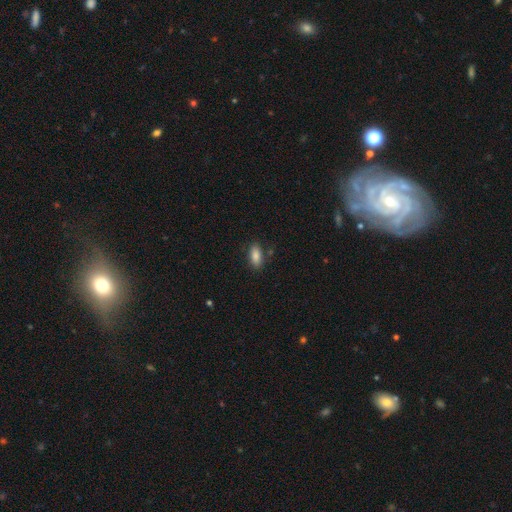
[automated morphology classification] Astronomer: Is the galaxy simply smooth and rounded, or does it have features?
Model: smooth — 85%.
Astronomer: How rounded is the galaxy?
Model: in between — 85%.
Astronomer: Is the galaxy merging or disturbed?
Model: none — 81%.